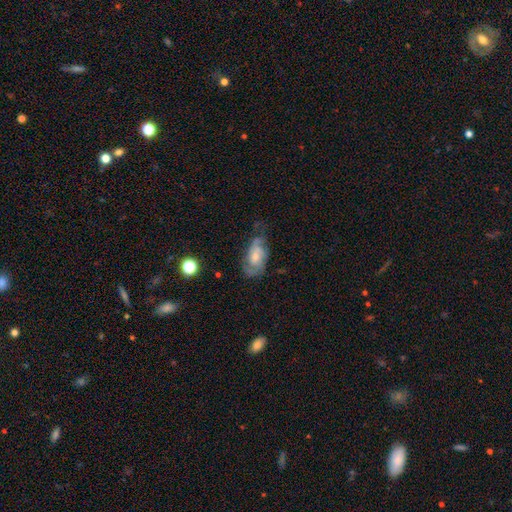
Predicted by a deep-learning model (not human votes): Smooth or featured: featured or disk — 64% (smooth — 29%)
Edge-on disk: no — 95% (yes — 5%)
Bar: no — 66% (weak — 29%)
Spiral arms: yes — 84% (no — 16%)
Spiral winding: medium — 43% (tight — 38%)
Spiral arm count: 2 — 52% (can't tell — 28%)
Bulge size: small — 51% (moderate — 41%)
Merging: none — 51% (minor disturbance — 29%)